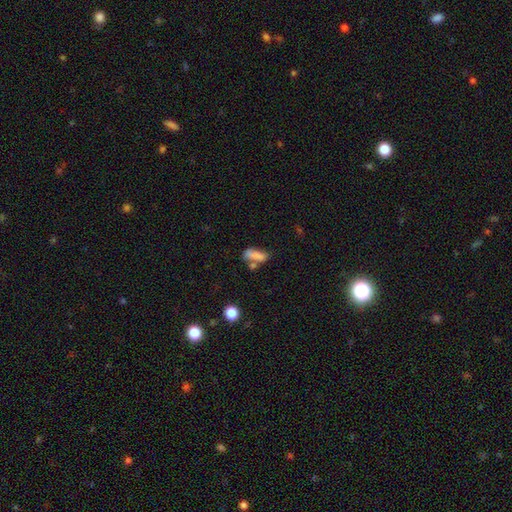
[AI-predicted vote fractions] Smooth or featured?
  - smooth: 77% *
  - featured or disk: 12%
  - star or artifact: 11%
How rounded?
  - in between: 62% *
  - cigar-shaped: 34%
  - round: 4%
Merging?
  - none: 42% *
  - merger: 26%
  - minor disturbance: 21%
  - major disturbance: 11%